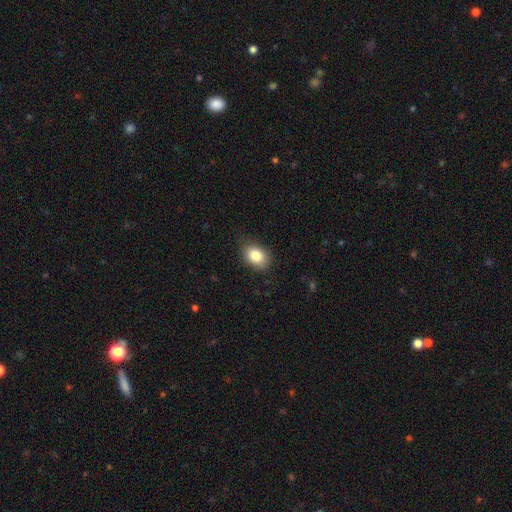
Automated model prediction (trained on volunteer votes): This appears to be a smooth galaxy with no disk features (84%) that is in between round and cigar-shaped (76%). Merging: none (82%).